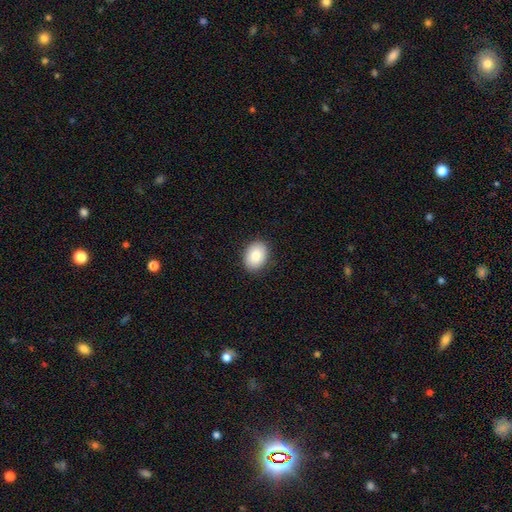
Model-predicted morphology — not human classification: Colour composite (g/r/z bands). It shows a smooth galaxy with no disk features (86%) that is in between round and cigar-shaped (68%). Merging: none (88%).